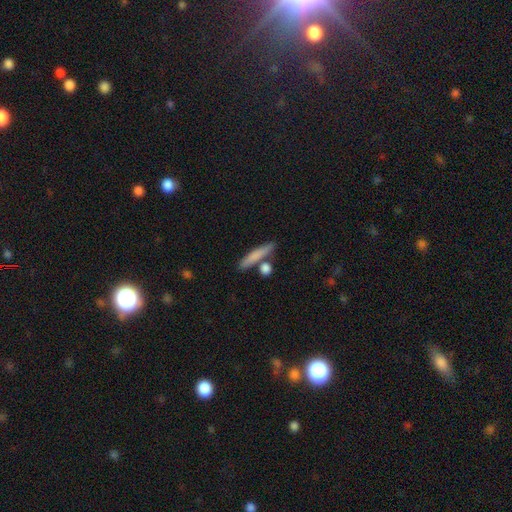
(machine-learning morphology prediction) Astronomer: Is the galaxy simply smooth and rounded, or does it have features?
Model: smooth — 76%.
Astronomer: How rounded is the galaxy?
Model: cigar-shaped — 84%.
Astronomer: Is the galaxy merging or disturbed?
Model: none — 74%.